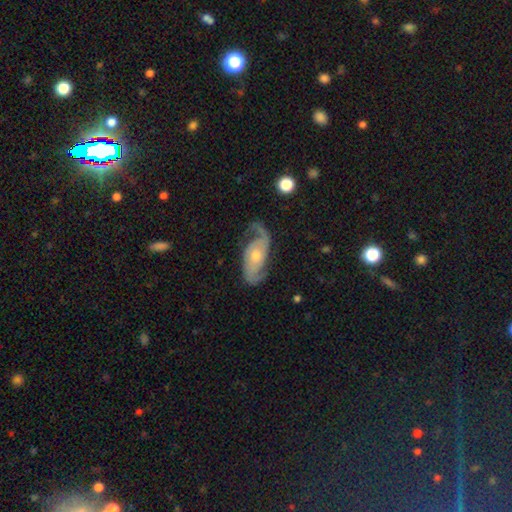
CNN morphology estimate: smooth_or_featured: featured or disk (p=0.86) [alt: smooth p=0.09]
disk_edge_on: no (p=0.95) [alt: yes p=0.05]
bar: no (p=0.66) [alt: weak p=0.27]
has_spiral_arms: yes (p=0.96) [alt: no p=0.04]
spiral_winding: medium (p=0.45) [alt: loose p=0.29]
spiral_arm_count: 2 (p=0.87) [alt: can't tell p=0.04]
bulge_size: moderate (p=0.59) [alt: small p=0.34]
merging: none (p=0.70) [alt: minor disturbance p=0.18]